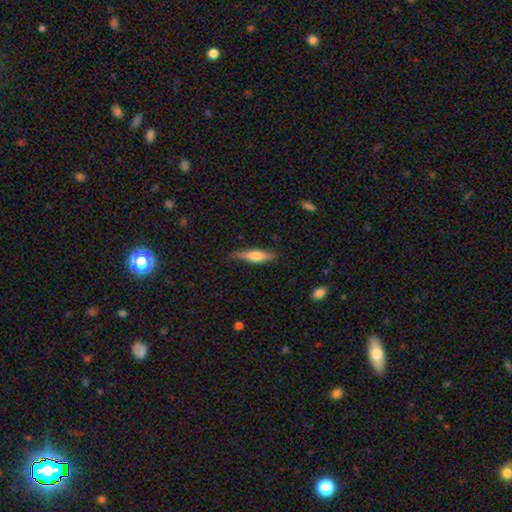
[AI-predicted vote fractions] This appears to be a smooth galaxy with no disk features (54%) that is cigar-shaped (76%). Merging: none (81%).